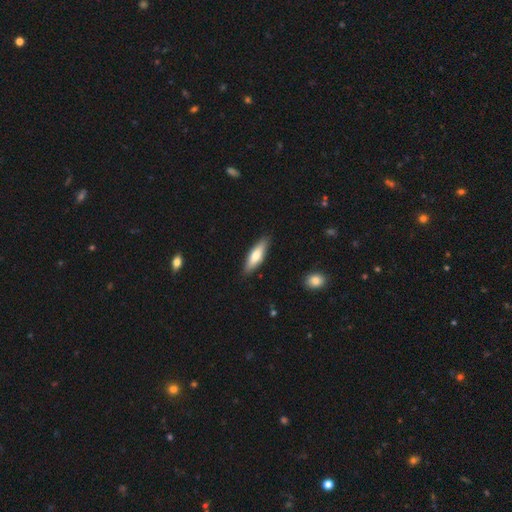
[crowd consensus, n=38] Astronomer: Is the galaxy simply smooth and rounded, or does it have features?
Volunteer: smooth — 74%.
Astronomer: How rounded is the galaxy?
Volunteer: cigar-shaped — 61% (runner-up: in between, 39%).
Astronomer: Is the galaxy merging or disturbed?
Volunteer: none — 86%.